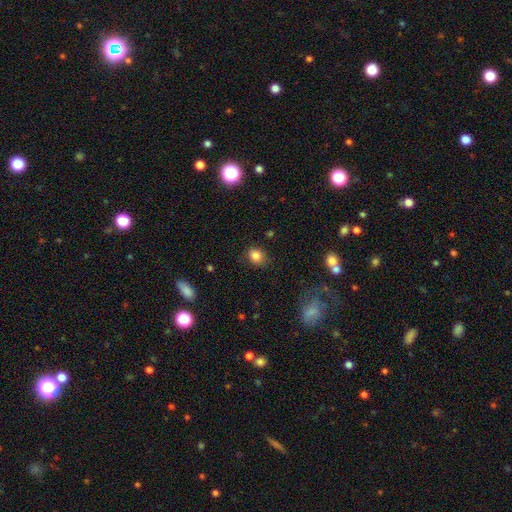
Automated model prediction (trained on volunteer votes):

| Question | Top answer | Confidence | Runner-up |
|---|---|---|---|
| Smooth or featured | smooth | 84% | star or artifact (11%) |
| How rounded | round | 63% | in between (36%) |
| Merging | none | 79% | minor disturbance (15%) |